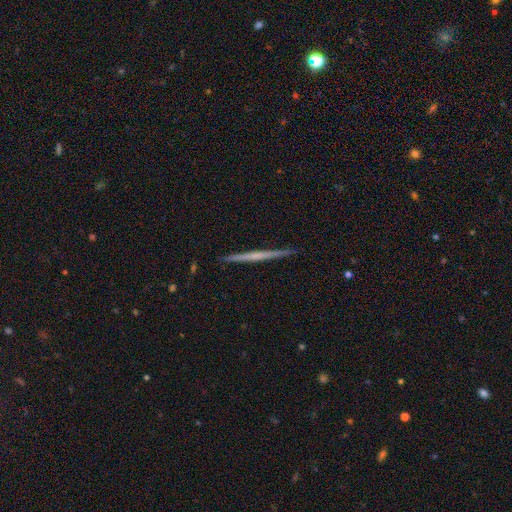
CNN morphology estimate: The model was most divided on "smooth or featured": featured or disk: 65%, smooth: 30%, star or artifact: 5%. More confident: edge-on disk — yes (98%); merging — none (92%); edge-on bulge — none (74%).